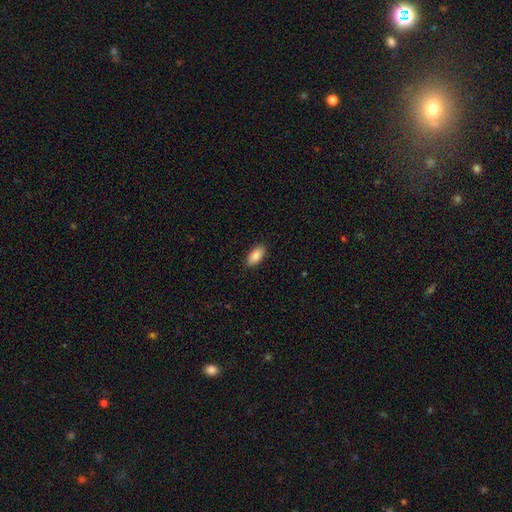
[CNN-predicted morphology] Smooth or featured? smooth (88%)
How rounded? in between (92%)
Merging? none (89%)